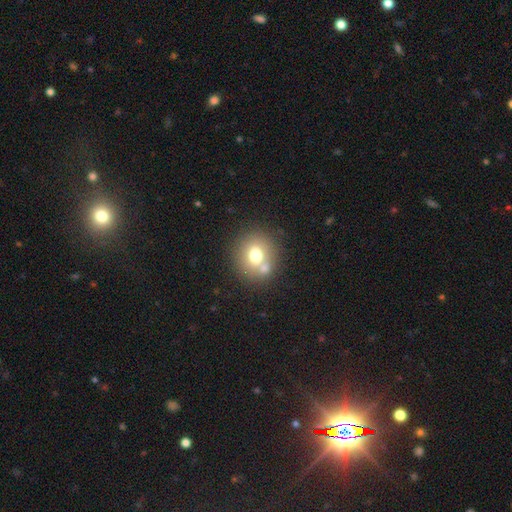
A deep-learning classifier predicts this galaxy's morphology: The model was most divided on "merging": none: 61%, merger: 25%, minor disturbance: 11%, major disturbance: 4%. More confident: how rounded — round (75%); smooth or featured — smooth (69%).